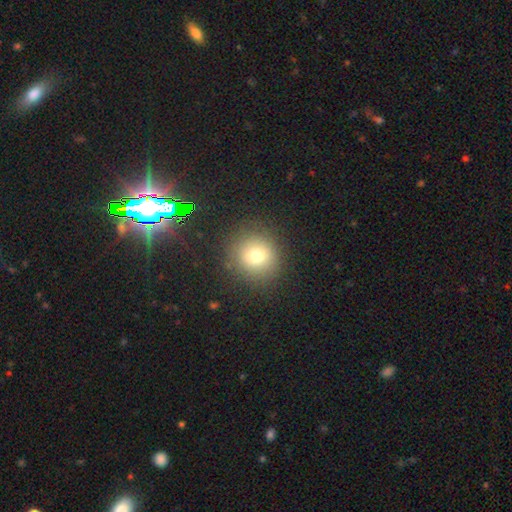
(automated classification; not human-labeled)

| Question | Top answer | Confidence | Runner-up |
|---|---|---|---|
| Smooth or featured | smooth | 73% | star or artifact (15%) |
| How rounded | round | 90% | in between (9%) |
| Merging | none | 86% | minor disturbance (9%) |